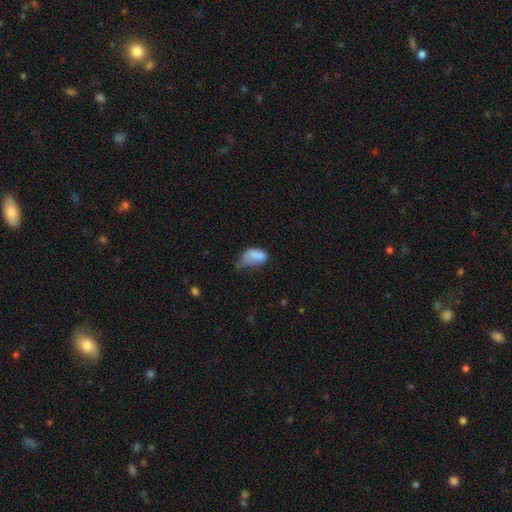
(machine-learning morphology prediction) Overall: smooth (74%). How rounded: in between (90%). Merging: minor disturbance (38%; major disturbance 31%).